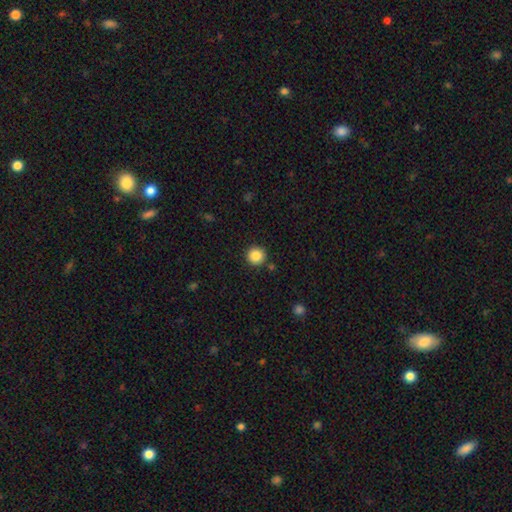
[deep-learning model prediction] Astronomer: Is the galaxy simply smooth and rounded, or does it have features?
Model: smooth — 86%.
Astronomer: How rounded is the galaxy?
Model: round — 95%.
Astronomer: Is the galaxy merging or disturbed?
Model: none — 90%.